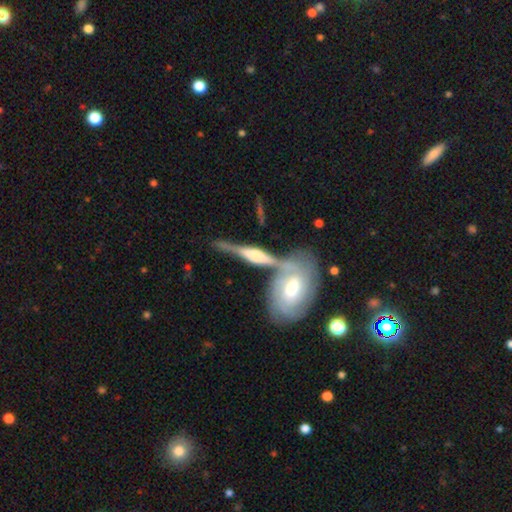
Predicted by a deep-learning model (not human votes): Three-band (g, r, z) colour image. It shows a featured or disk galaxy (75%) viewed edge-on (90%) with a rounded central bulge (66%). Merging: none (48%).